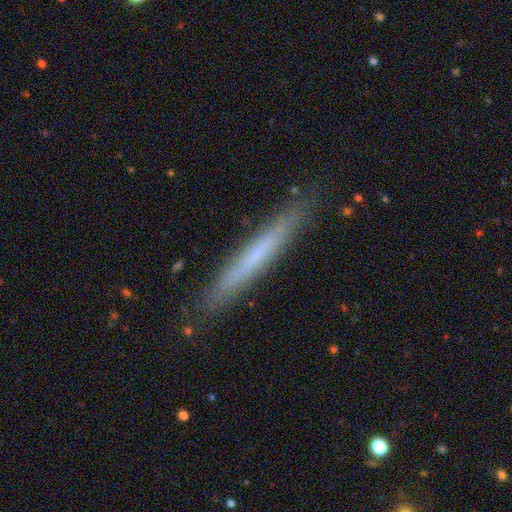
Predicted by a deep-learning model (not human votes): This is possibly a smooth galaxy (51%). How rounded: clearly cigar-shaped (97%). Merging: clearly none (89%).